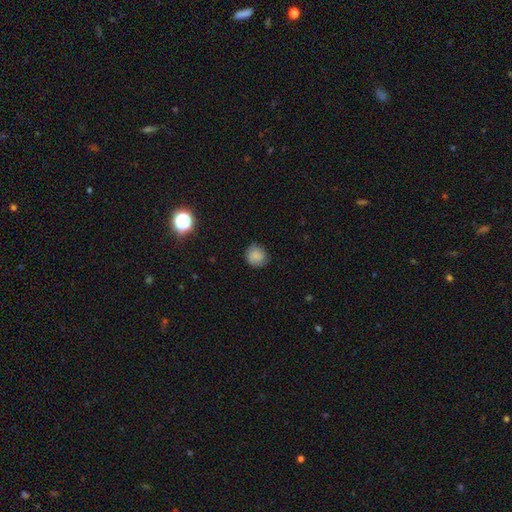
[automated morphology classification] A smooth galaxy with no disk features (83%) that is round (87%). Merging: none (82%).